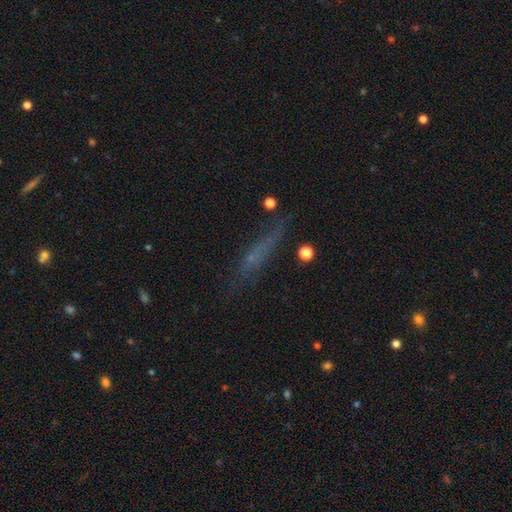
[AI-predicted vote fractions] Q: Smooth or featured?
A: smooth (47%); runner-up: featured or disk (32%)
Q: Merging?
A: none (58%); runner-up: minor disturbance (23%)